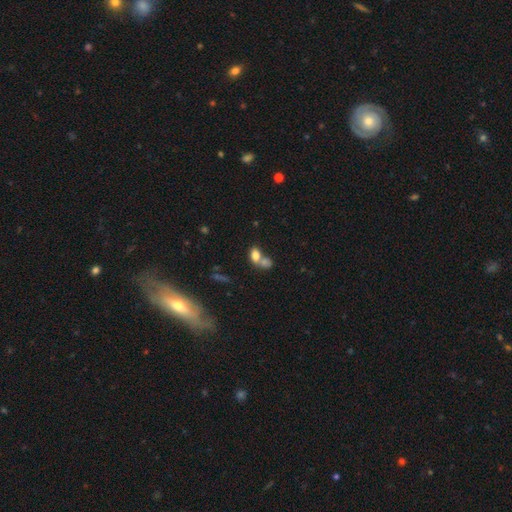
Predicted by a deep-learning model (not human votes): Smooth or featured?
  - smooth: 75% *
  - featured or disk: 14%
  - star or artifact: 11%
How rounded?
  - in between: 78% *
  - round: 20%
  - cigar-shaped: 2%
Merging?
  - merger: 60% *
  - none: 27%
  - minor disturbance: 8%
  - major disturbance: 5%